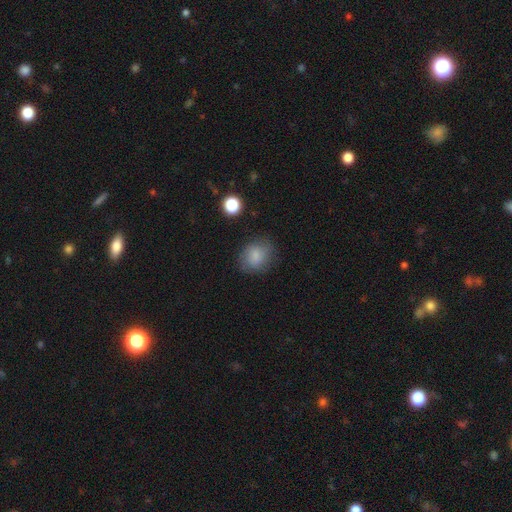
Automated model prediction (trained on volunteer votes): Smooth or featured? smooth (77%)
How rounded? round (56%)
Merging? none (73%)